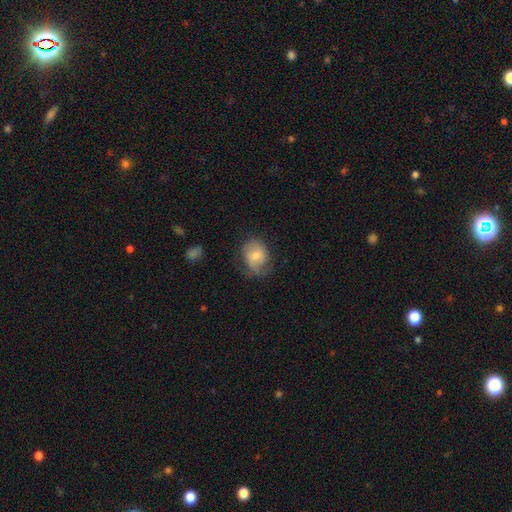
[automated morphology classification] Smooth or featured: smooth — 68% (featured or disk — 25%)
How rounded: round — 54% (in between — 45%)
Merging: none — 54% (minor disturbance — 31%)